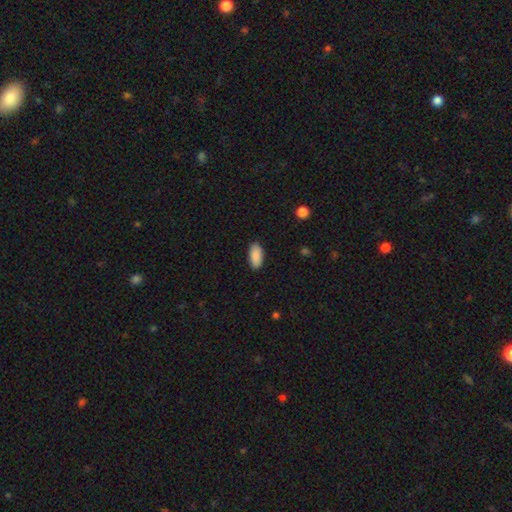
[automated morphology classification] This is clearly a smooth galaxy (89%). How rounded: clearly in between (92%). Merging: clearly none (89%).